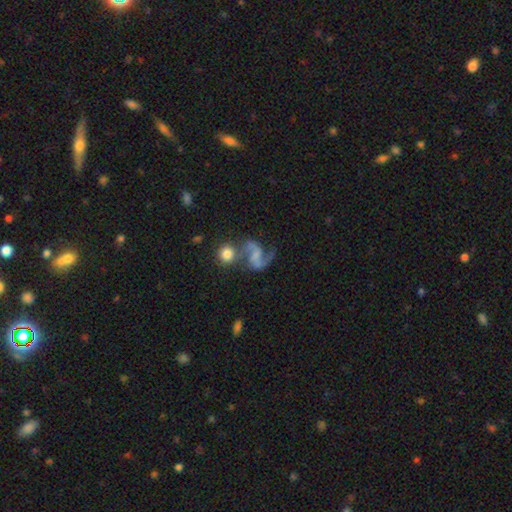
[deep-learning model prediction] Smooth or featured? Predicted: featured or disk (p=0.78). Edge-on disk? Predicted: no (p=0.98). Bar? Predicted: weak (p=0.41, tied with no). Spiral arms? Predicted: yes (p=0.94). Spiral winding? Predicted: loose (p=0.63). Spiral arm count? Predicted: 2 (p=0.88). Bulge size? Predicted: none (p=0.48). Merging? Predicted: none (p=0.40).